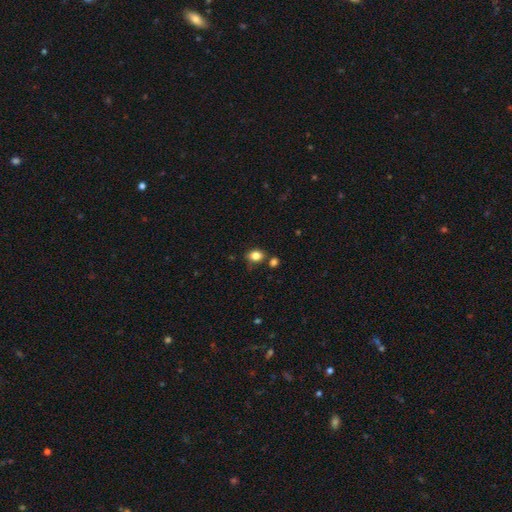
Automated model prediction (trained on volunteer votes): smooth-or-featured: smooth: 83% | star or artifact: 11% | featured or disk: 6%
  how-rounded: in between: 64% | round: 35% | cigar-shaped: 1%
  merging: none: 72% | minor disturbance: 15% | merger: 9% | major disturbance: 4%